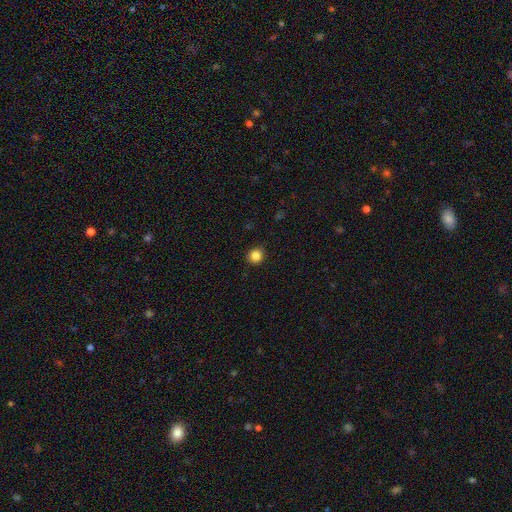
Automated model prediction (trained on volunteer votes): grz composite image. It shows a smooth galaxy with no disk features (85%) that is round (90%). Merging: none (91%).